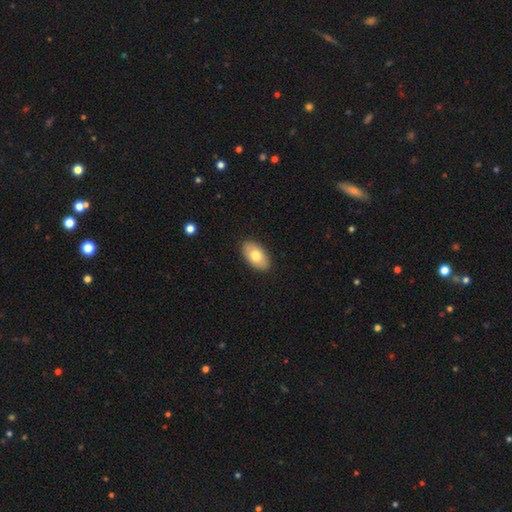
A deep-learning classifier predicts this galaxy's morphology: smooth 75%, featured or disk 19%, star or artifact 6%. Down the decision tree: how rounded — in between (94%); merging — none (89%).